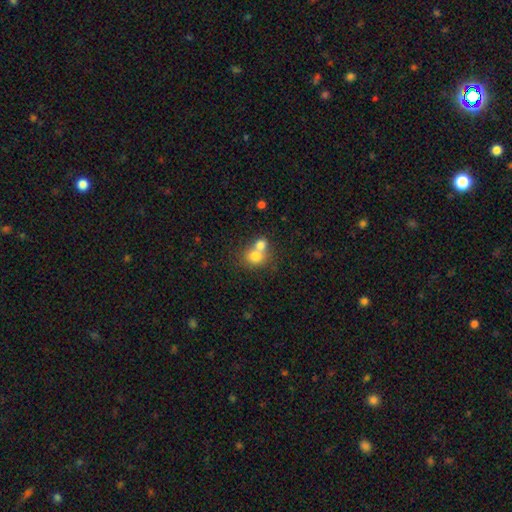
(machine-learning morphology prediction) This appears to be a smooth galaxy with no disk features (74%) that is round (68%). Merging: merger (62%).